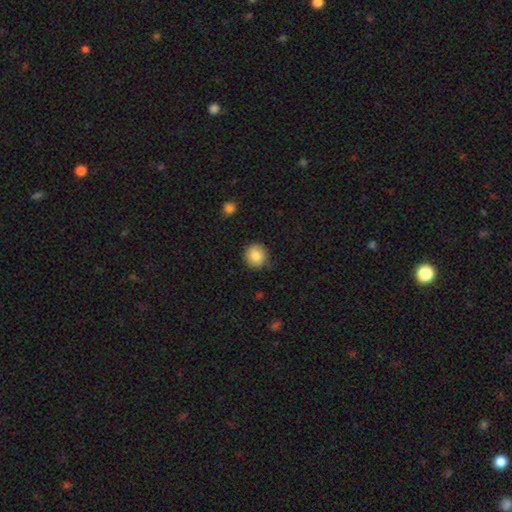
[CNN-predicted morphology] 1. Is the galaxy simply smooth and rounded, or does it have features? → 83% smooth, 9% star or artifact, 8% featured or disk.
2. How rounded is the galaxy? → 91% round, 8% in between, 1% cigar-shaped.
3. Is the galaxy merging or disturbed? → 84% none, 13% minor disturbance, 3% major disturbance, 1% merger.